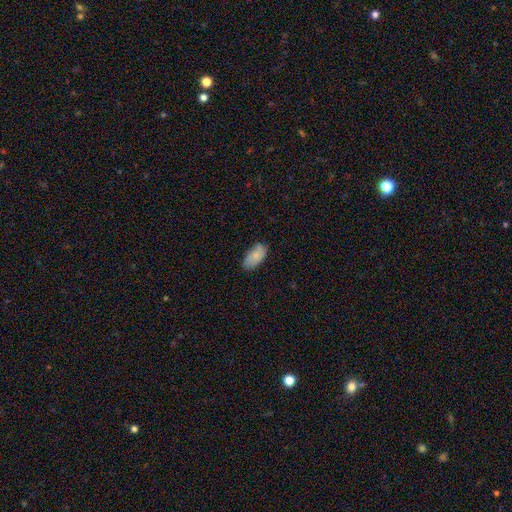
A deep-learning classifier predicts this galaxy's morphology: smooth_or_featured: smooth (p=0.81) [alt: featured or disk p=0.12]
how_rounded: in between (p=0.94) [alt: cigar-shaped p=0.03]
merging: none (p=0.75) [alt: minor disturbance p=0.20]